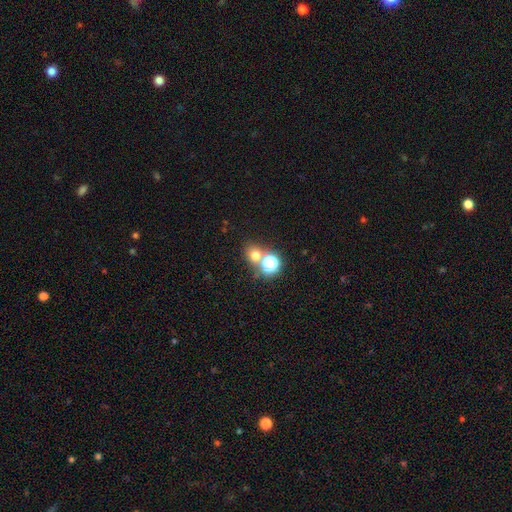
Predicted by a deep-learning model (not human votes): A smooth galaxy with no disk features (64%) that is round (74%).

Vote fractions:
- Smooth or featured? smooth: 64% / star or artifact: 27% / featured or disk: 9%
- How rounded? round: 74% / in between: 25% / cigar-shaped: 1%
- Merging? none: 59% / merger: 30% / minor disturbance: 8% / major disturbance: 4%